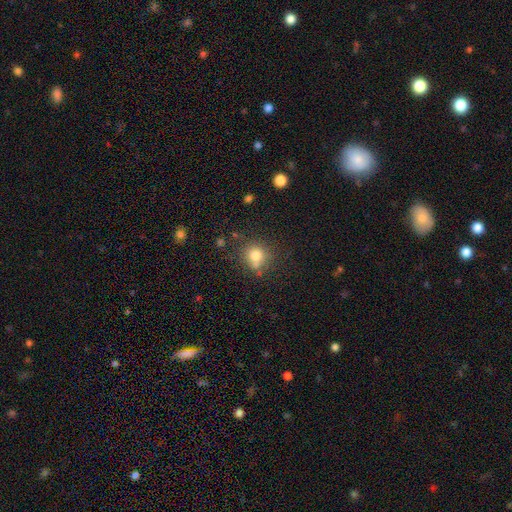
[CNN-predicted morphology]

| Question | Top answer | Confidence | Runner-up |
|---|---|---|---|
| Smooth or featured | smooth | 77% | star or artifact (13%) |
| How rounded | round | 86% | in between (13%) |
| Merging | none | 67% | merger (14%) |